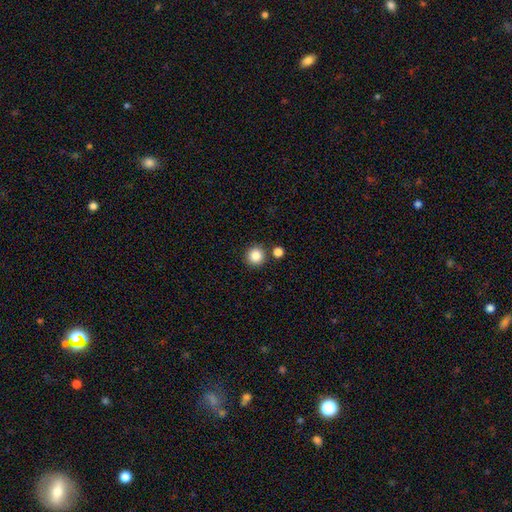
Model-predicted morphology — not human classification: Smooth or featured?
  - smooth: 85% *
  - star or artifact: 10%
  - featured or disk: 4%
How rounded?
  - round: 95% *
  - in between: 4%
  - cigar-shaped: 1%
Merging?
  - none: 85% *
  - merger: 7%
  - minor disturbance: 6%
  - major disturbance: 2%